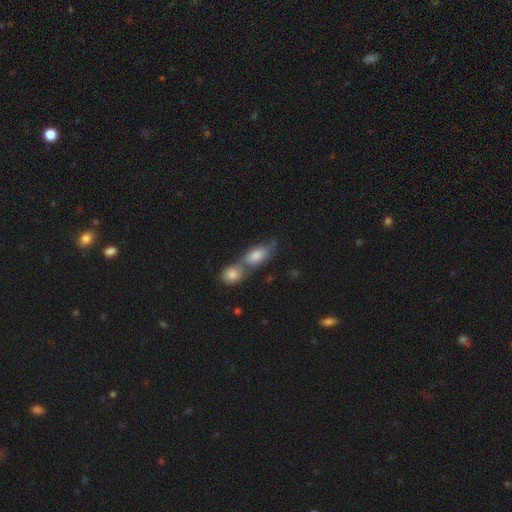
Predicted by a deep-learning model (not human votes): Smooth or featured: smooth — 66% (featured or disk — 23%)
How rounded: in between — 78% (round — 13%)
Merging: merger — 57% (none — 29%)